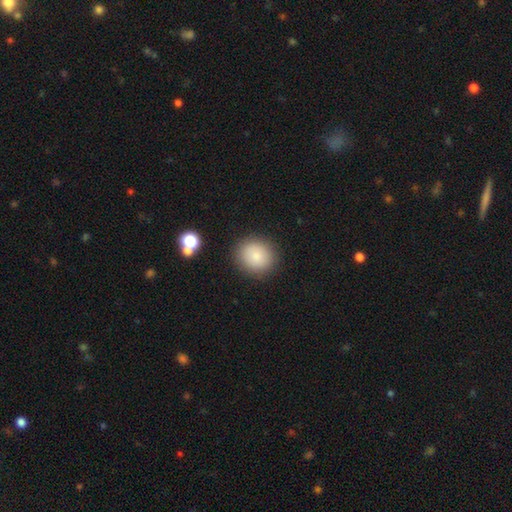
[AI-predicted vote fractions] Overall: smooth (83%). How rounded: round (83%). Merging: none (88%).